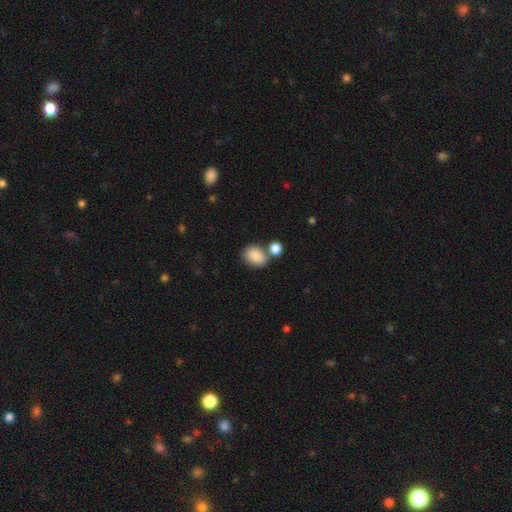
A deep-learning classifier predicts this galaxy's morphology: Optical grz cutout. It shows a smooth galaxy with no disk features (86%) that is in between round and cigar-shaped (68%). Merging: none (57%).